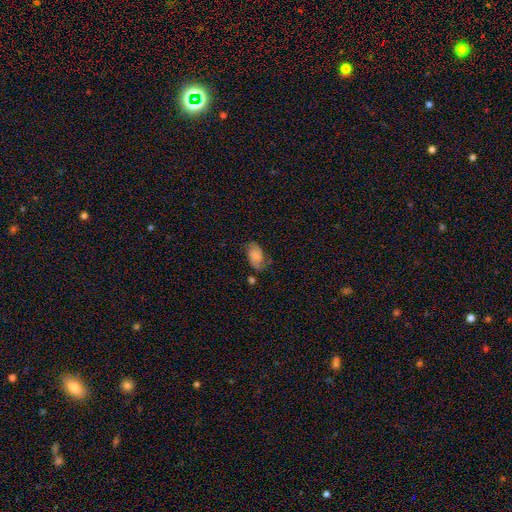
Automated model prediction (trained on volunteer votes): Smooth or featured: smooth — 62% (featured or disk — 29%)
How rounded: in between — 92% (round — 6%)
Merging: none — 56% (minor disturbance — 29%)